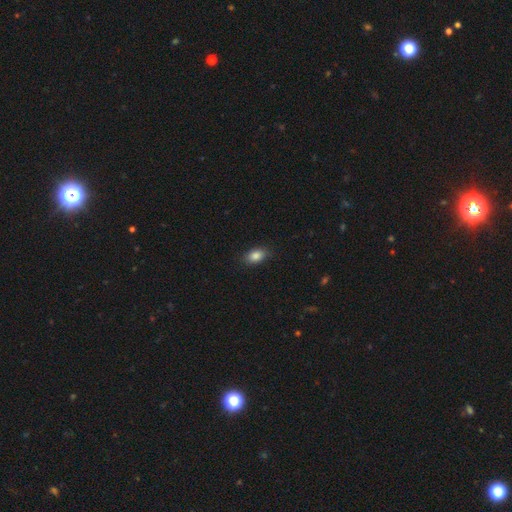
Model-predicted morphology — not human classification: smooth 86%, star or artifact 8%, featured or disk 6%. Down the decision tree: how rounded — in between (85%); merging — none (85%).